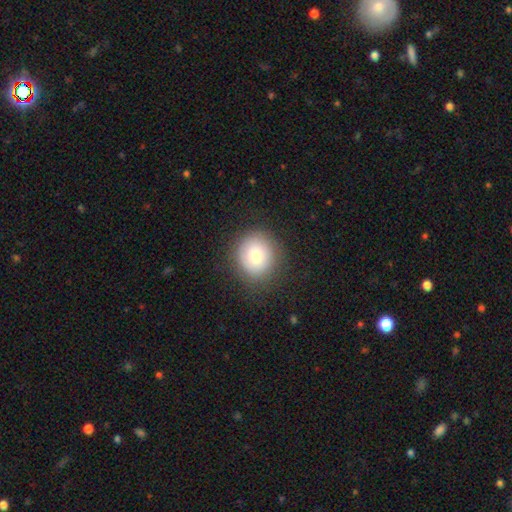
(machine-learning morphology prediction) Smooth or featured? smooth (74%)
How rounded? round (86%)
Merging? none (85%)